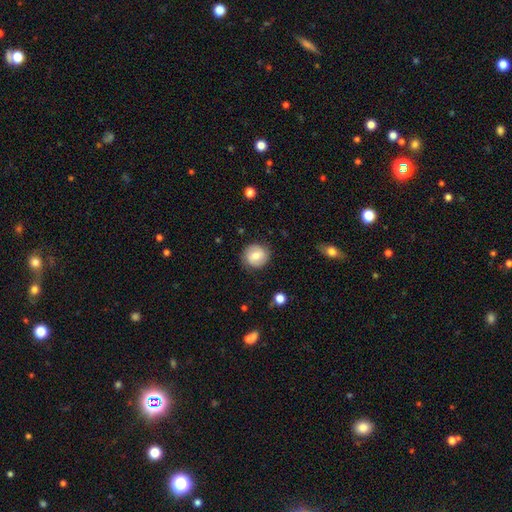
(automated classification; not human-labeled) A smooth galaxy with no disk features (71%) that is round (89%). Merging: none (84%).